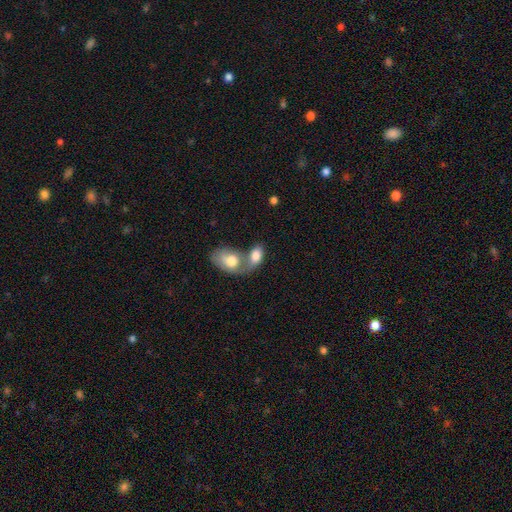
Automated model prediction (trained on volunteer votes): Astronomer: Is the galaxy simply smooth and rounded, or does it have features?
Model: smooth — 78%.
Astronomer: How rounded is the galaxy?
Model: in between — 88%.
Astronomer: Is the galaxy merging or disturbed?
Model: merger — 66%.